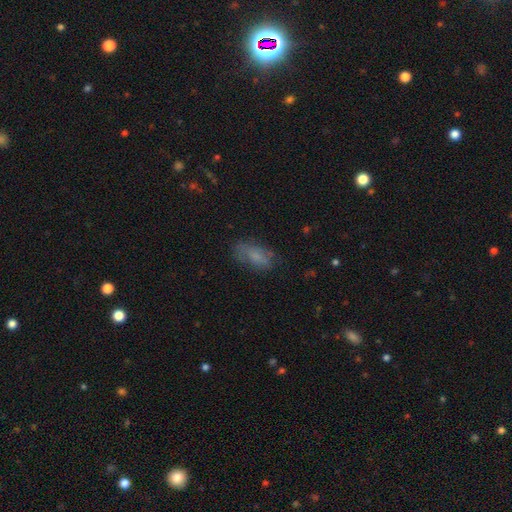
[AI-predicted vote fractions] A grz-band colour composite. It shows a smooth galaxy with no disk features (69%) that is in between round and cigar-shaped (85%). Merging: none (63%).